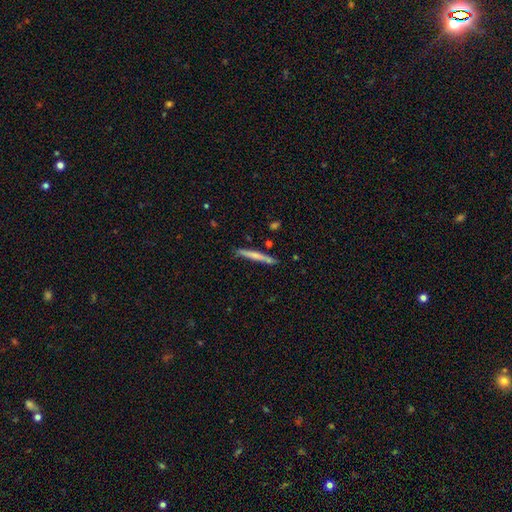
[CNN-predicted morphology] smooth-or-featured: smooth: 61% | featured or disk: 33% | star or artifact: 6%
  how-rounded: cigar-shaped: 96% | in between: 3% | round: 1%
  merging: none: 83% | minor disturbance: 11% | merger: 3% | major disturbance: 2%